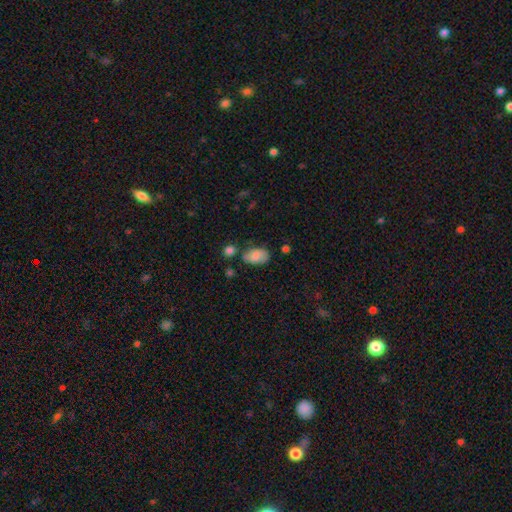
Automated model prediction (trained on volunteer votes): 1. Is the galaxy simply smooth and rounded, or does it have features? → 75% smooth, 17% featured or disk, 9% star or artifact.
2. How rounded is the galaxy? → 89% in between, 10% round, 2% cigar-shaped.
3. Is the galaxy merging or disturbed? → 62% none, 24% minor disturbance, 8% merger, 7% major disturbance.